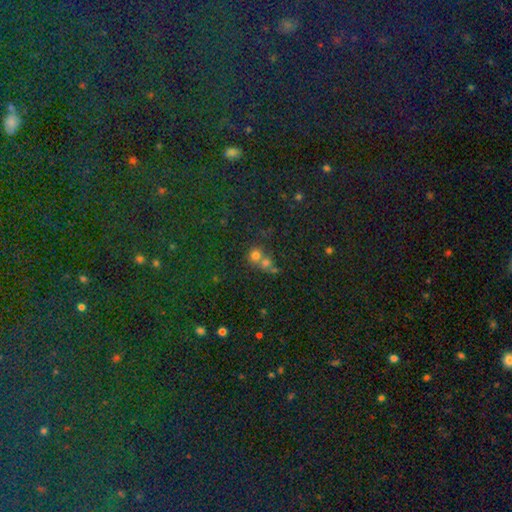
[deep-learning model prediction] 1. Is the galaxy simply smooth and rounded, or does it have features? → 69% smooth, 18% star or artifact, 12% featured or disk.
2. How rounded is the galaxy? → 84% round, 15% in between, 1% cigar-shaped.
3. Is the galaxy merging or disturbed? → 55% merger, 36% none, 6% minor disturbance, 3% major disturbance.